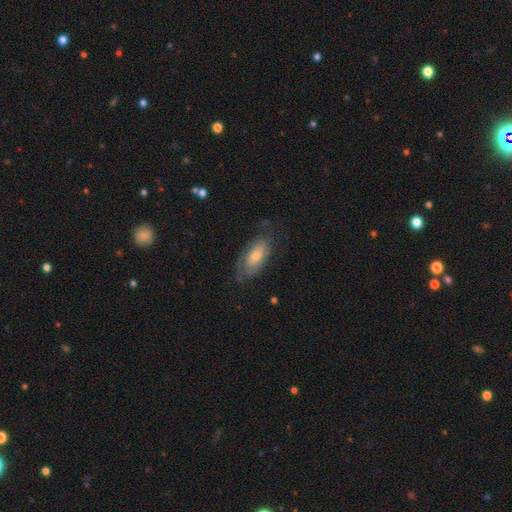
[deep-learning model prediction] This is possibly a featured or disk galaxy (50%). Merging: likely none (64%).